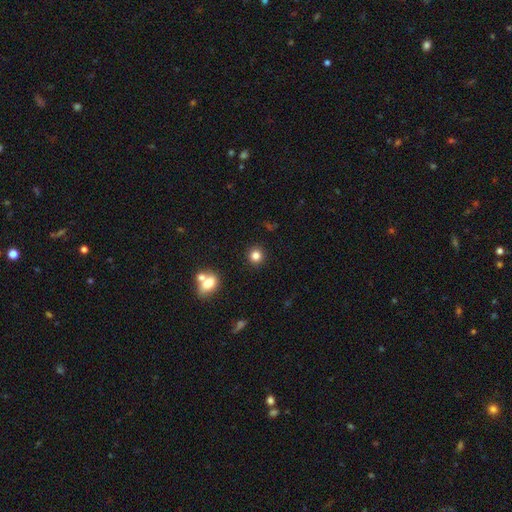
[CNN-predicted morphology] Smooth or featured?
  - smooth: 83% *
  - star or artifact: 12%
  - featured or disk: 6%
How rounded?
  - round: 91% *
  - in between: 8%
  - cigar-shaped: 1%
Merging?
  - none: 89% *
  - minor disturbance: 5%
  - merger: 3%
  - major disturbance: 2%